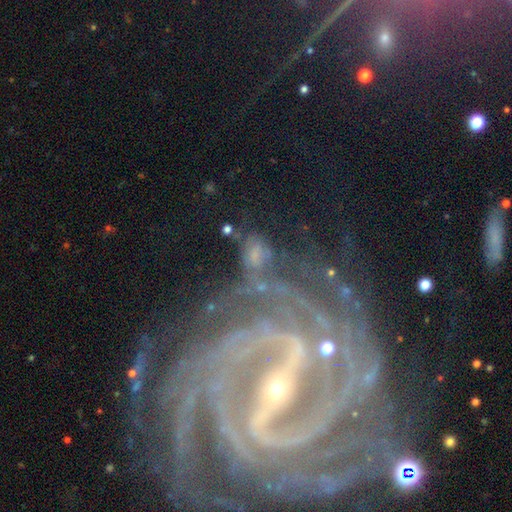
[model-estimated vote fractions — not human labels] This is possibly a featured or disk galaxy (56%). It is clearly not viewed edge-on (95%). Bar: marginally no (43%). Spiral arm pattern: clearly yes (81%). Central bulge: possibly small (48%). Merging: marginally none (44%).